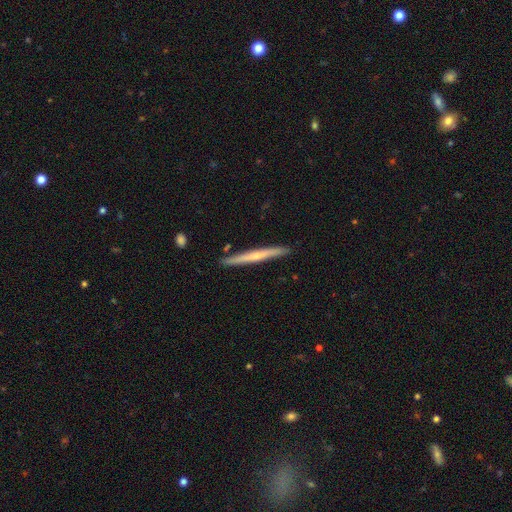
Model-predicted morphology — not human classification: A featured or disk galaxy (55%) viewed edge-on (97%) with no central bulge (50%).

Vote fractions:
- Smooth or featured? featured or disk: 55% / smooth: 40% / star or artifact: 5%
- Edge-on disk? yes: 97% / no: 3%
- Edge-on bulge? none: 50% / rounded: 45% / boxy: 5%
- Merging? none: 90% / minor disturbance: 7% / merger: 2% / major disturbance: 1%